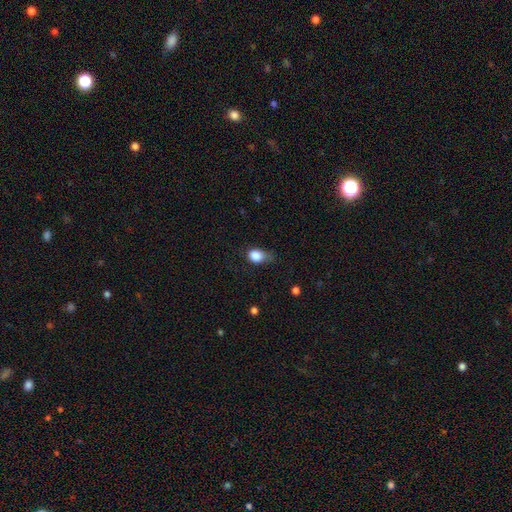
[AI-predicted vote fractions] Morphology: type=smooth (85%); roundness=in between (67%); merging=minor disturbance (41%).